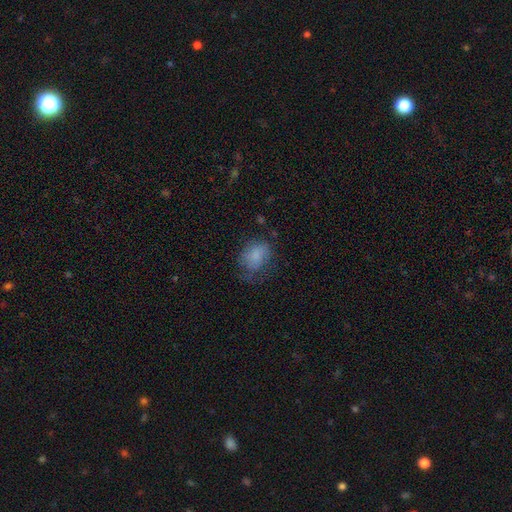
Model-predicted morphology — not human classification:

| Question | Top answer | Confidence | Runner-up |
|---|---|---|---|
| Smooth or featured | smooth | 73% | featured or disk (17%) |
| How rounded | in between | 57% | round (42%) |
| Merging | none | 49% | minor disturbance (30%) |